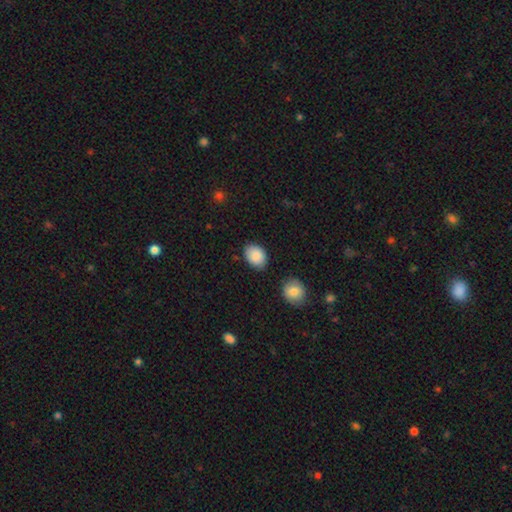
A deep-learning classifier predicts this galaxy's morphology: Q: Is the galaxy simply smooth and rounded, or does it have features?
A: smooth — 88%.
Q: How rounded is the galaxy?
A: in between — 75%.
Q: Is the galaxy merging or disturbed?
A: none — 79%.